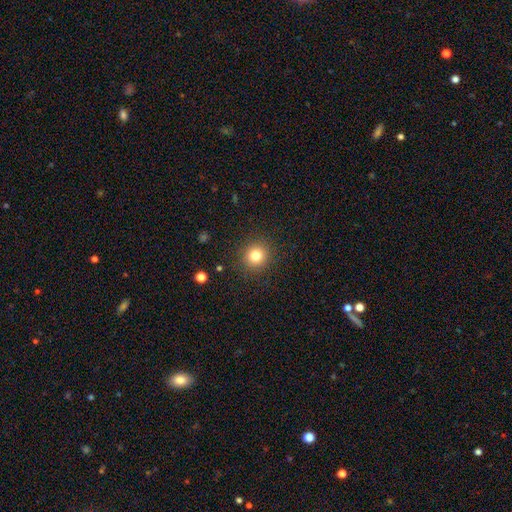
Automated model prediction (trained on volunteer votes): smooth_or_featured: smooth (p=0.80) [alt: star or artifact p=0.13]
how_rounded: round (p=0.92) [alt: in between p=0.08]
merging: none (p=0.90) [alt: minor disturbance p=0.06]